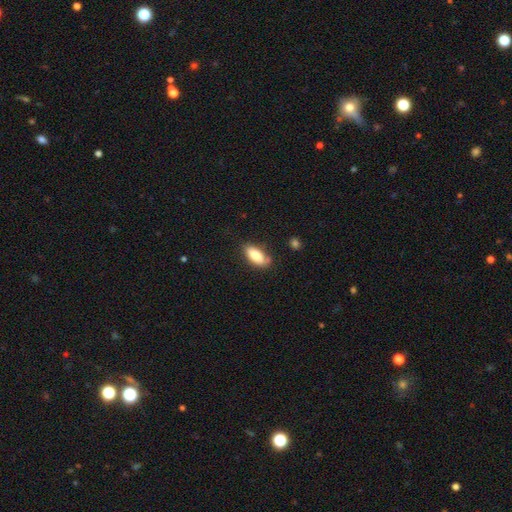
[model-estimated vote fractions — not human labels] smooth_or_featured: smooth (p=0.80) [alt: featured or disk p=0.13]
how_rounded: in between (p=0.83) [alt: cigar-shaped p=0.14]
merging: none (p=0.66) [alt: minor disturbance p=0.25]